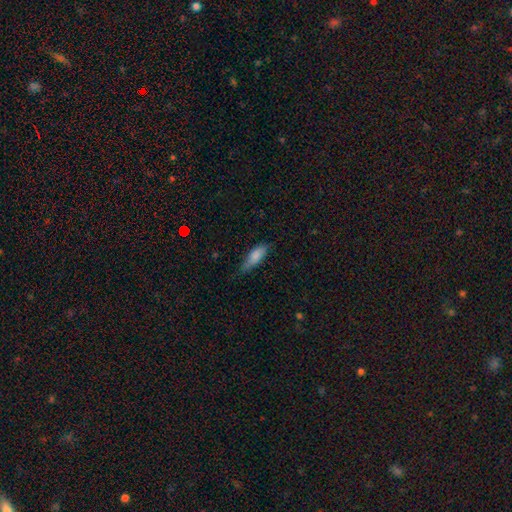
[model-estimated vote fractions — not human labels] A smooth galaxy with no disk features (81%) that is in between round and cigar-shaped (61%). Merging: none (60%).